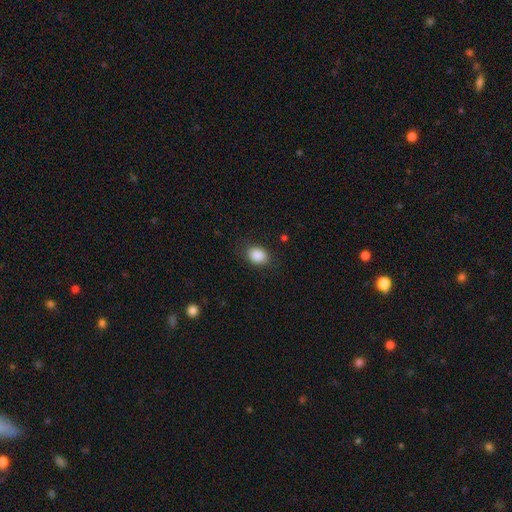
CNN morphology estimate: A smooth galaxy with no disk features (89%) that is in between round and cigar-shaped (64%). Merging: none (81%).